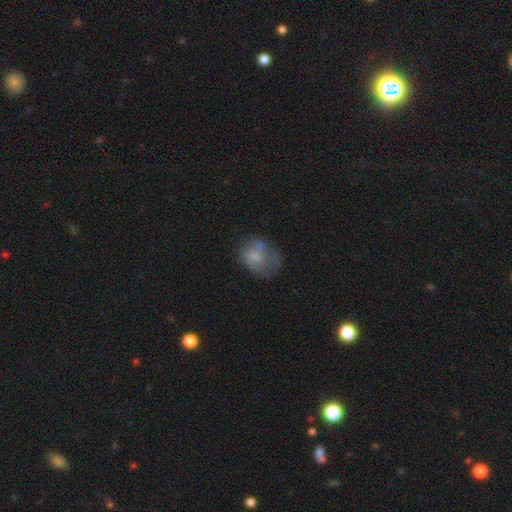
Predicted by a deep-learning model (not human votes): This is possibly a smooth galaxy (57%). How rounded: likely in between (61%). Merging: marginally none (41%).